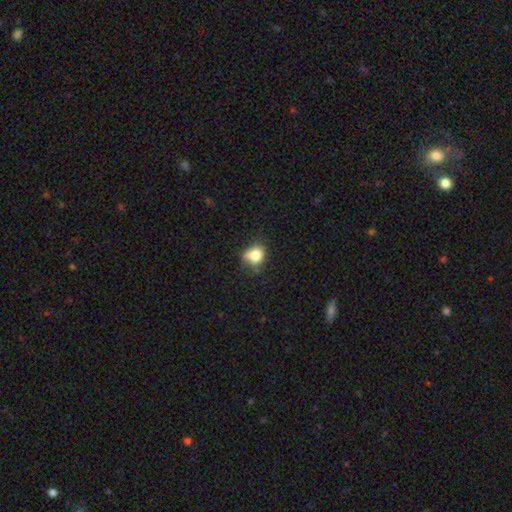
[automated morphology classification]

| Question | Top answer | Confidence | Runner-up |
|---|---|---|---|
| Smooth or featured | smooth | 80% | star or artifact (11%) |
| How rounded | in between | 54% | round (45%) |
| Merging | none | 48% | minor disturbance (36%) |